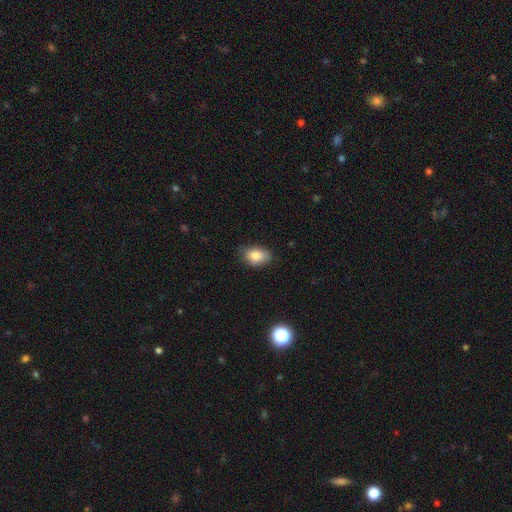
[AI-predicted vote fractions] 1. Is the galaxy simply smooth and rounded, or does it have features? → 83% smooth, 8% star or artifact, 8% featured or disk.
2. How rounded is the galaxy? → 84% in between, 14% round, 1% cigar-shaped.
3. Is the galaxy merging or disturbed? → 75% none, 21% minor disturbance, 3% major disturbance, 1% merger.